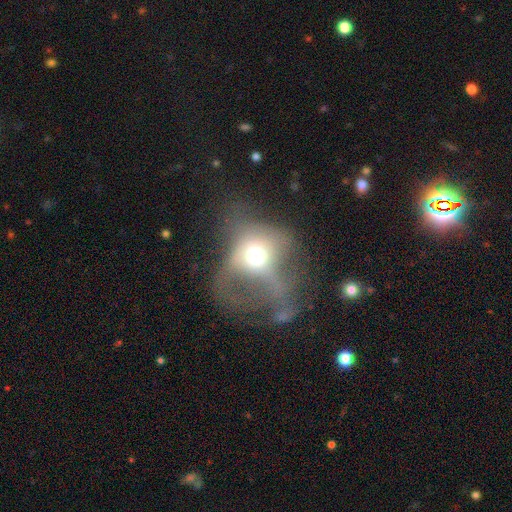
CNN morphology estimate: Smooth or featured? smooth (50%)
How rounded? round (67%)
Merging? major disturbance (60%)